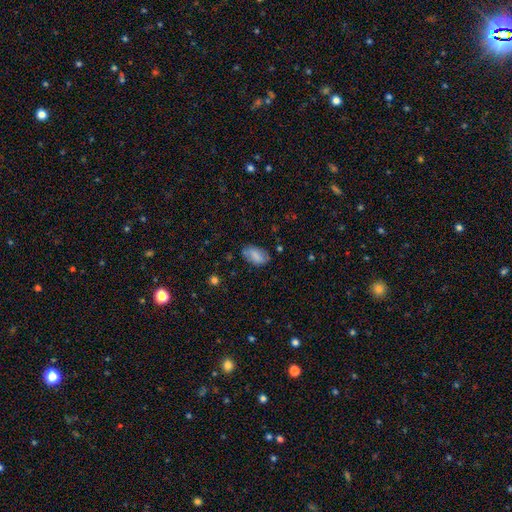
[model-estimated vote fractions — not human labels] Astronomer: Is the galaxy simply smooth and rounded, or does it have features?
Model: smooth — 75%.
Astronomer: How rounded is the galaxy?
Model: in between — 93%.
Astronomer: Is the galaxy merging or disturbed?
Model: none — 74%.